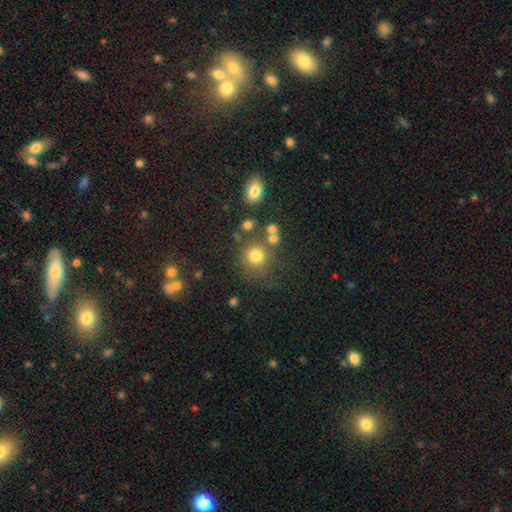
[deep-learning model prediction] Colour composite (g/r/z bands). It shows a smooth galaxy with no disk features (76%) that is round (89%). Merging: none (70%).